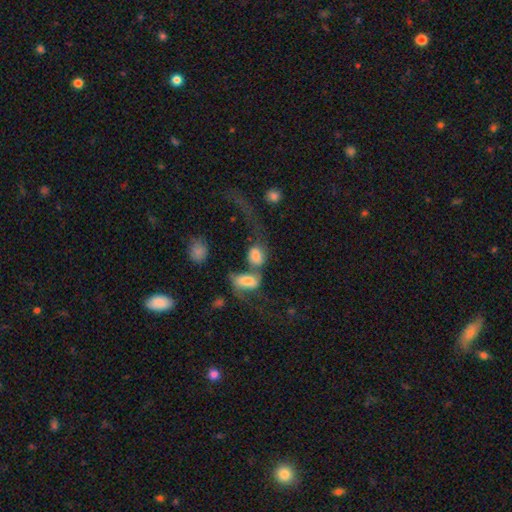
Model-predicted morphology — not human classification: type=smooth (64%); roundness=in between (76%); merging=merger (65%).